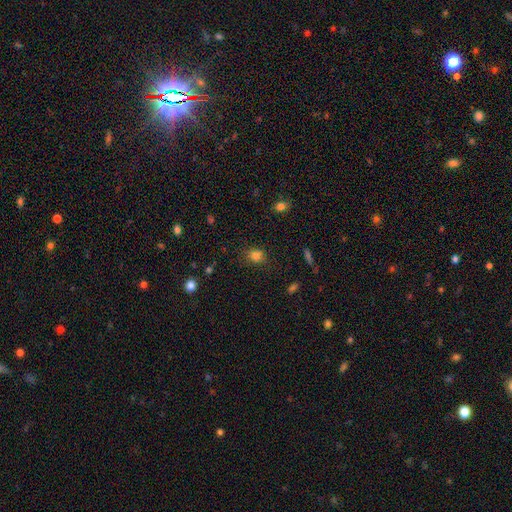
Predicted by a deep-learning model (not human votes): This is likely a smooth galaxy (76%). How rounded: likely round (63%). Merging: likely none (70%).